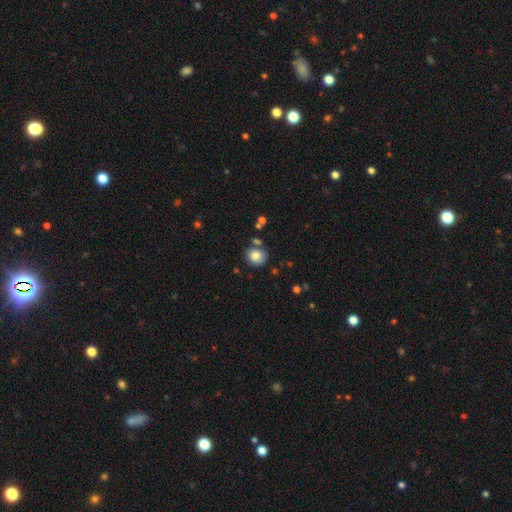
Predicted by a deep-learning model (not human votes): Overall: smooth (82%). How rounded: round (79%). Merging: none (70%).